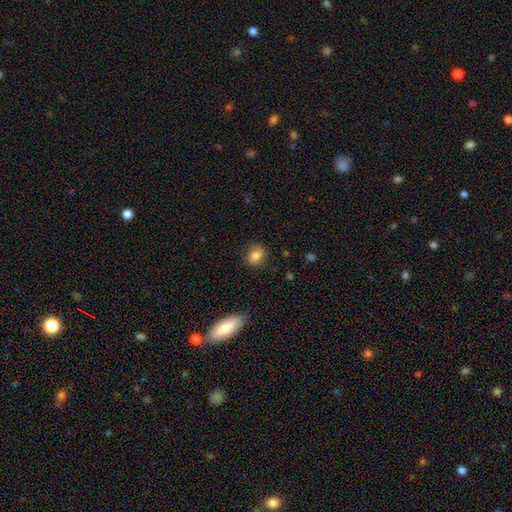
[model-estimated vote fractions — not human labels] Smooth or featured: smooth — 82% (star or artifact — 10%)
How rounded: round — 62% (in between — 37%)
Merging: none — 85% (minor disturbance — 11%)